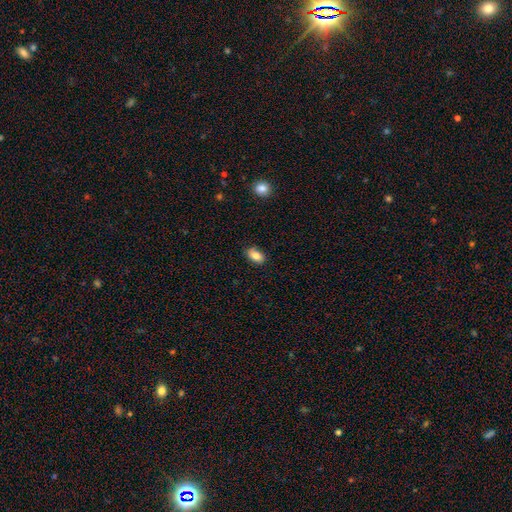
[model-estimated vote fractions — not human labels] smooth_or_featured: smooth (p=0.84) [alt: featured or disk p=0.08]
how_rounded: in between (p=0.90) [alt: round p=0.07]
merging: none (p=0.86) [alt: minor disturbance p=0.11]